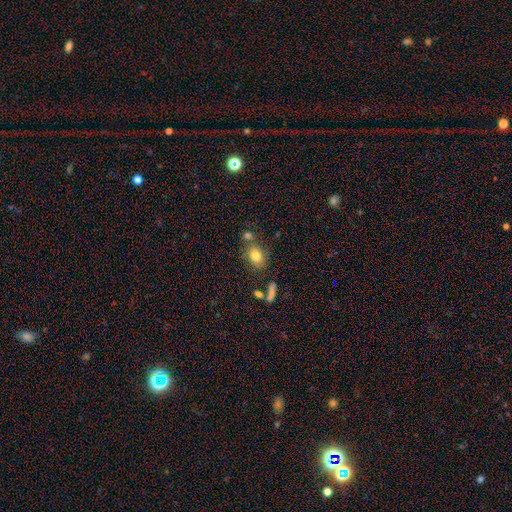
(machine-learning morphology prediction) A smooth galaxy with no disk features (79%) that is in between round and cigar-shaped (56%). Merging: none (66%).